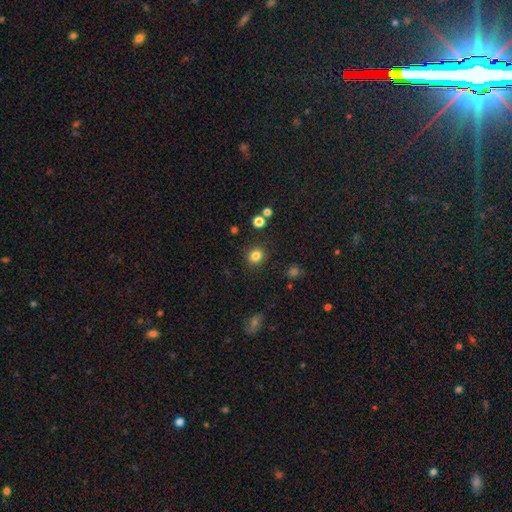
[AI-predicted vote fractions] A smooth galaxy with no disk features (83%) that is round (83%).

Vote fractions:
- Smooth or featured? smooth: 83% / star or artifact: 12% / featured or disk: 5%
- How rounded? round: 83% / in between: 17% / cigar-shaped: 1%
- Merging? none: 87% / minor disturbance: 8% / major disturbance: 3% / merger: 2%